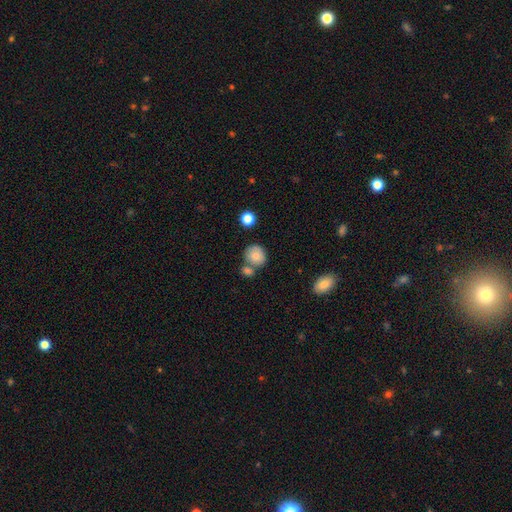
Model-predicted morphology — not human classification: Overall: smooth (81%). How rounded: round (77%). Merging: none (56%; merger 28%).